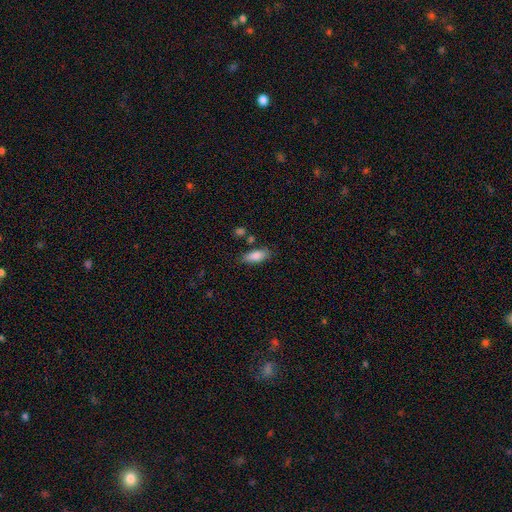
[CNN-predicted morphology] This is clearly a smooth galaxy (85%). How rounded: likely in between (78%). Merging: likely none (76%).